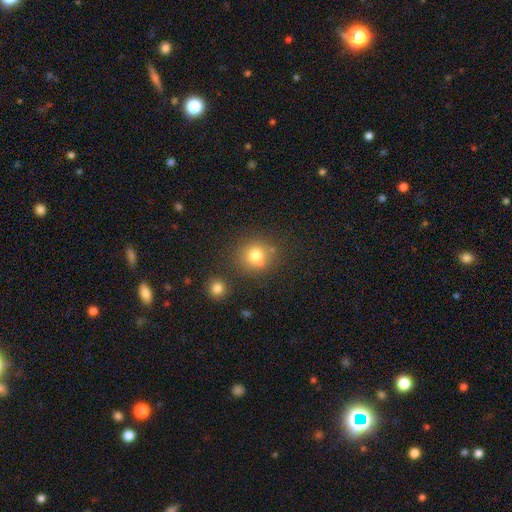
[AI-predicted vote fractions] Smooth or featured? Predicted: smooth (p=0.76). How rounded? Predicted: round (p=0.87). Merging? Predicted: none (p=0.71).